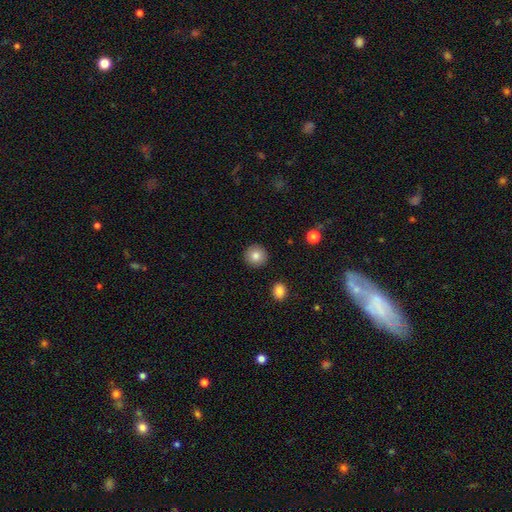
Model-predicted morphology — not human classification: Smooth or featured: smooth — 84% (star or artifact — 9%)
How rounded: round — 94% (in between — 5%)
Merging: none — 92% (minor disturbance — 5%)